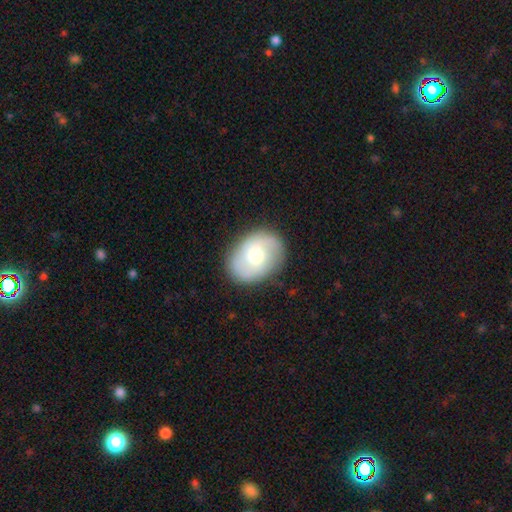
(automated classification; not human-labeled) This is possibly a featured or disk galaxy (50%). Merging: clearly none (83%).